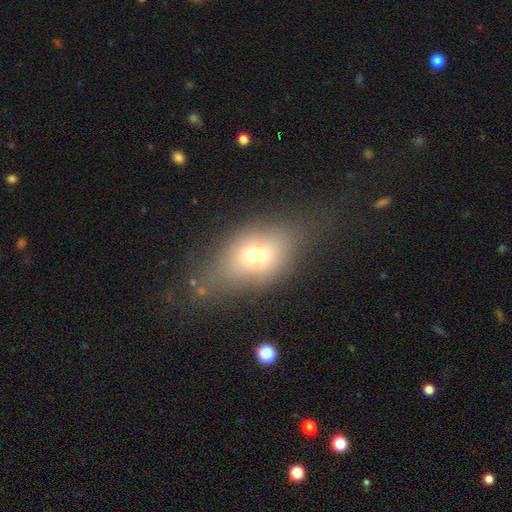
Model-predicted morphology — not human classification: Smooth or featured: smooth — 63% (featured or disk — 23%)
How rounded: in between — 77% (round — 17%)
Merging: none — 61% (minor disturbance — 21%)